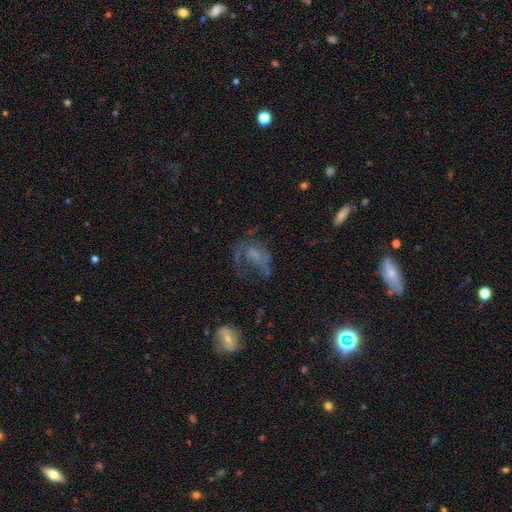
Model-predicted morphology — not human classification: This is possibly a featured or disk galaxy (55%). It is clearly not viewed edge-on (96%). Bar: likely no (65%). Spiral arm pattern: possibly no (52%). Central bulge: marginally none (44%). Merging: marginally major disturbance (41%).